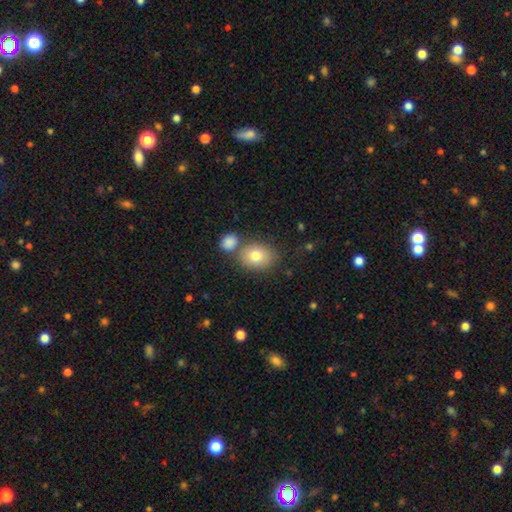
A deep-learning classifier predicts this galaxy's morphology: Smooth or featured: smooth — 78% (featured or disk — 12%)
How rounded: in between — 54% (round — 45%)
Merging: none — 62% (merger — 22%)